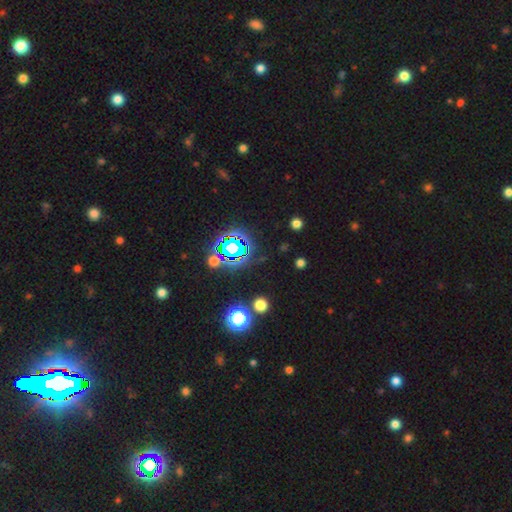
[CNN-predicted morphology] smooth_or_featured: star or artifact (p=0.79) [alt: smooth p=0.14]